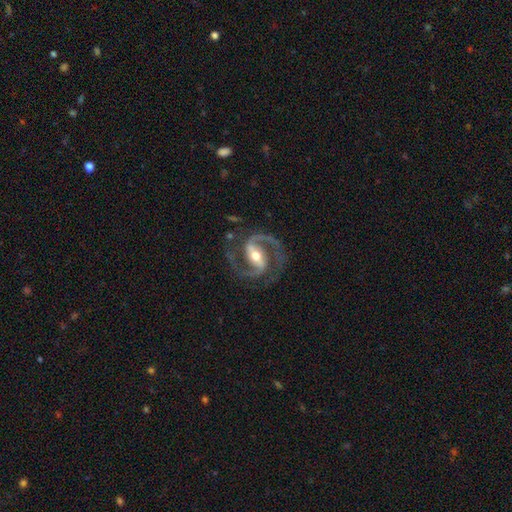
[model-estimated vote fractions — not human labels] Smooth or featured? featured or disk (93%)
Edge-on disk? no (98%)
Bar? strong (57%)
Spiral arms? yes (98%)
Spiral winding? medium (67%)
Spiral arm count? 2 (94%)
Bulge size? moderate (70%)
Merging? none (81%)